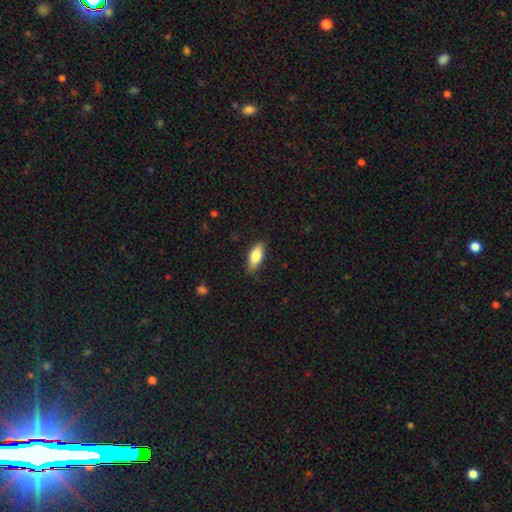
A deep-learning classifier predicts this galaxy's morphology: A smooth galaxy with no disk features (75%) that is in between round and cigar-shaped (77%).

Vote fractions:
- Smooth or featured? smooth: 75% / featured or disk: 19% / star or artifact: 6%
- How rounded? in between: 77% / cigar-shaped: 20% / round: 3%
- Merging? none: 82% / minor disturbance: 14% / major disturbance: 3% / merger: 1%